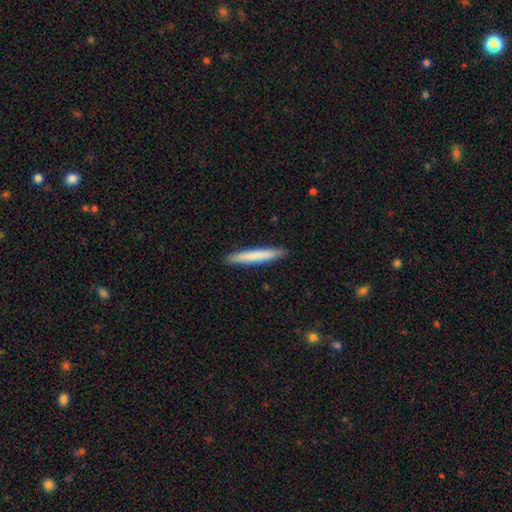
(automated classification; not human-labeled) This appears to be a smooth galaxy with no disk features (75%) that is cigar-shaped (96%). Merging: none (92%).